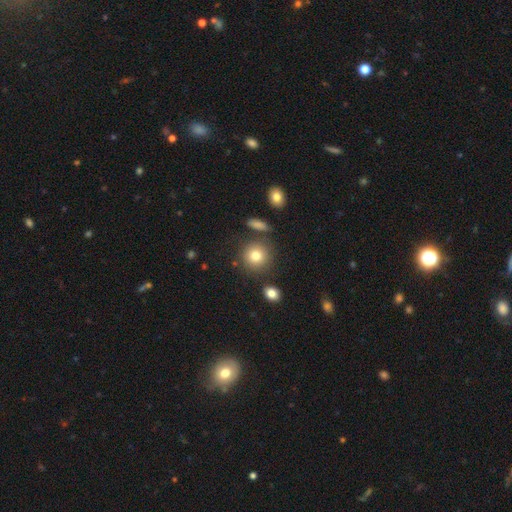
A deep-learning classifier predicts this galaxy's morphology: This is clearly a smooth galaxy (81%). How rounded: clearly round (89%). Merging: likely none (80%).